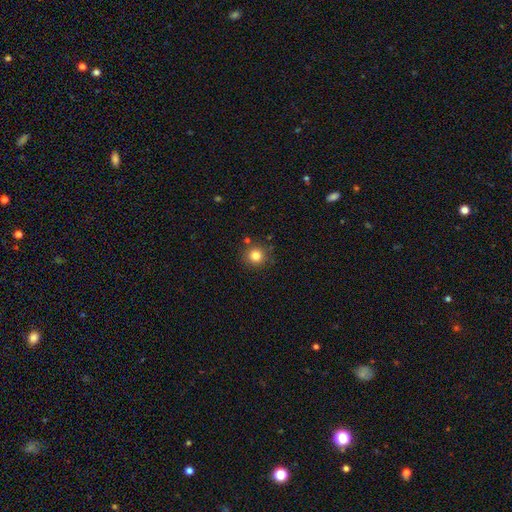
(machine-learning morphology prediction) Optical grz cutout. It shows a smooth galaxy with no disk features (82%) that is round (93%). Merging: none (85%).